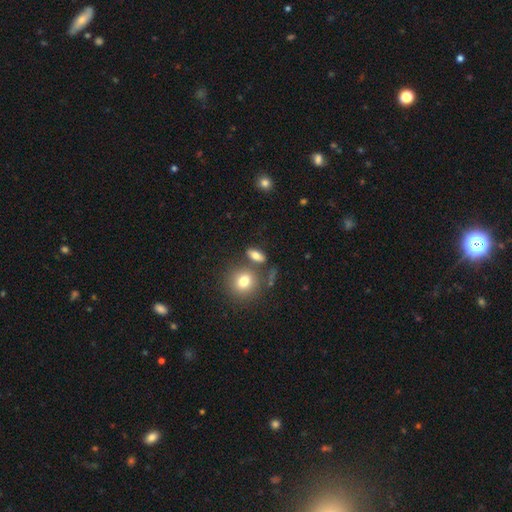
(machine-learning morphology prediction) A smooth galaxy with no disk features (74%) that is in between round and cigar-shaped (70%).

Vote fractions:
- Smooth or featured? smooth: 74% / featured or disk: 16% / star or artifact: 10%
- How rounded? in between: 70% / cigar-shaped: 16% / round: 15%
- Merging? none: 73% / merger: 11% / minor disturbance: 11% / major disturbance: 4%